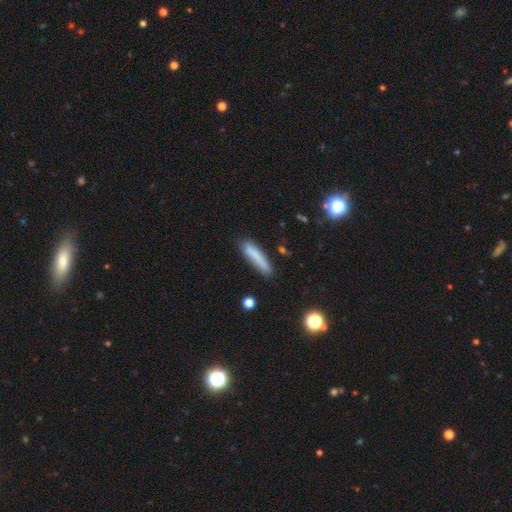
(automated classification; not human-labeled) Smooth or featured: smooth — 80% (featured or disk — 13%)
How rounded: cigar-shaped — 85% (in between — 14%)
Merging: none — 77% (minor disturbance — 17%)